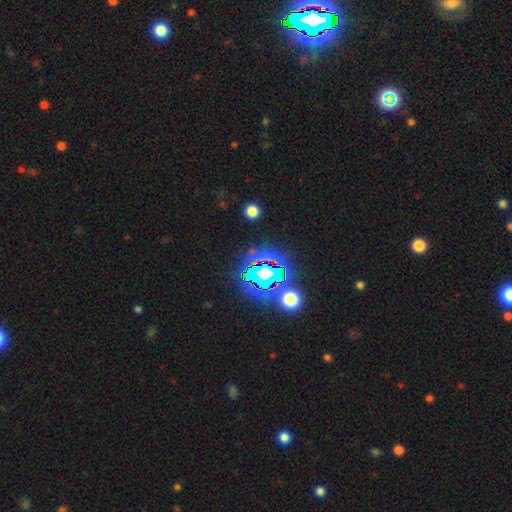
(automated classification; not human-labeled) star or artifact 83%, smooth 10%, featured or disk 7%.